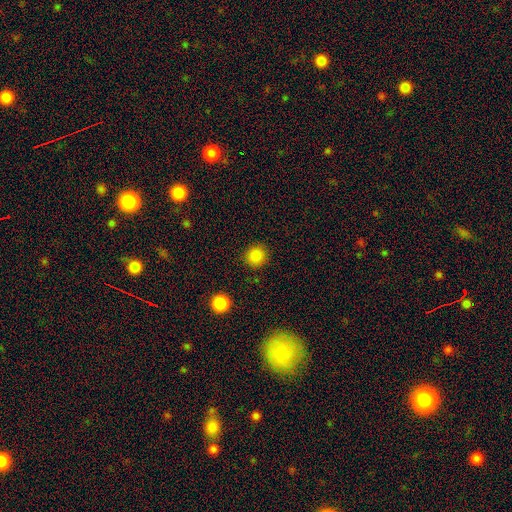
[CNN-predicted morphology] The model was most divided on "smooth or featured": smooth: 86%, star or artifact: 11%, featured or disk: 4%. More confident: how rounded — round (92%); merging — none (90%).